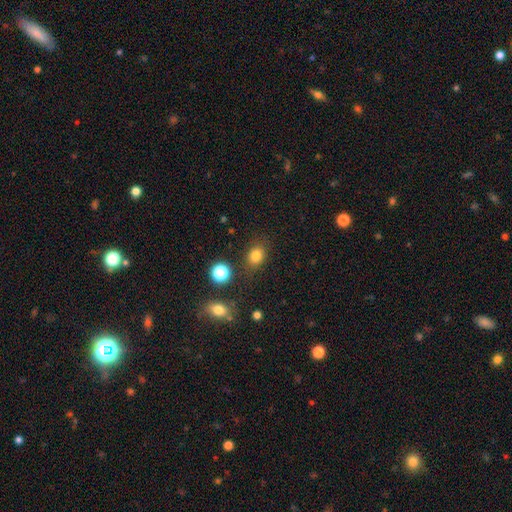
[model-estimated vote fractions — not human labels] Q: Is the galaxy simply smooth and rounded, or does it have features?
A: smooth — 80%.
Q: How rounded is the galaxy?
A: in between — 50%.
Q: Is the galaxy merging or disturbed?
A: none — 79%.